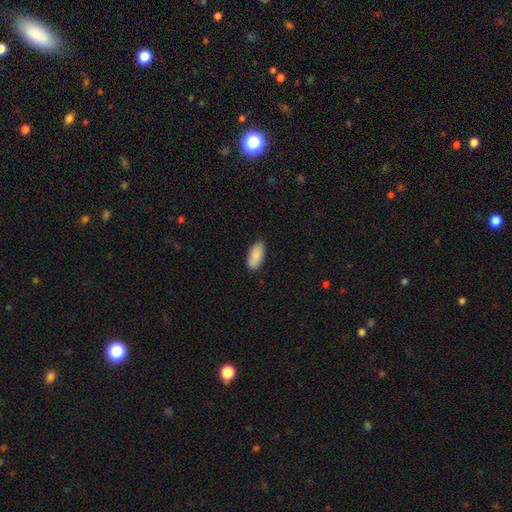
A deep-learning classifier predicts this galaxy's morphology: A smooth galaxy with no disk features (88%) that is in between round and cigar-shaped (87%). Merging: none (80%).